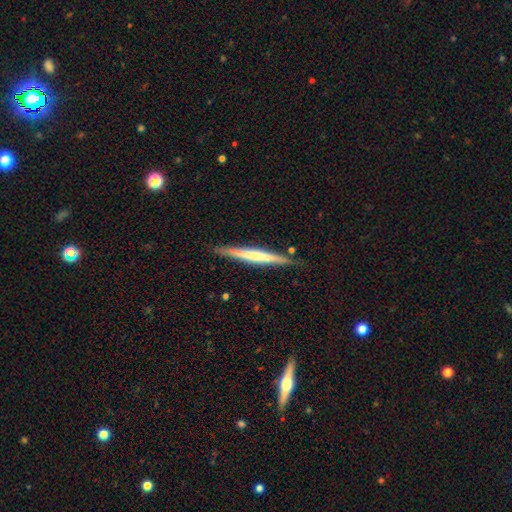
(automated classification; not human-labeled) Q: Smooth or featured?
A: featured or disk (52%); runner-up: smooth (43%)
Q: Edge-on disk?
A: yes (97%); runner-up: no (3%)
Q: Edge-on bulge?
A: none (69%); runner-up: rounded (18%)
Q: Merging?
A: none (86%); runner-up: minor disturbance (11%)